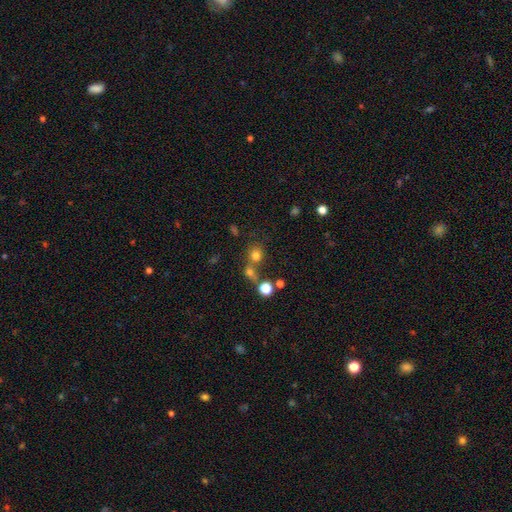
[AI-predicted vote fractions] Smooth or featured?
  - smooth: 73% *
  - star or artifact: 18%
  - featured or disk: 9%
How rounded?
  - round: 84% *
  - in between: 15%
  - cigar-shaped: 1%
Merging?
  - none: 53% *
  - merger: 34%
  - minor disturbance: 8%
  - major disturbance: 5%